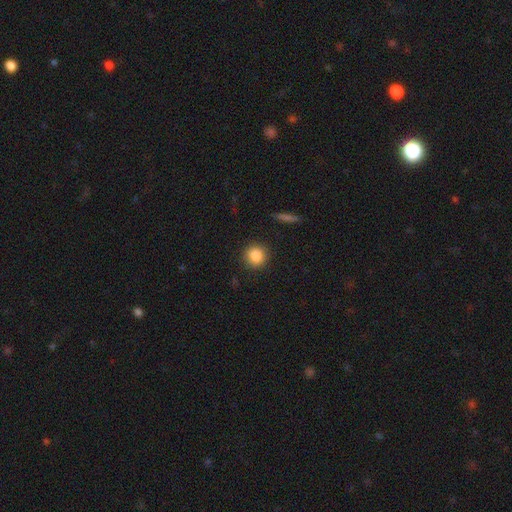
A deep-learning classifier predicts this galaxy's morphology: smooth-or-featured: smooth: 85% | star or artifact: 10% | featured or disk: 5%
  how-rounded: round: 92% | in between: 7% | cigar-shaped: 1%
  merging: none: 91% | minor disturbance: 6% | major disturbance: 2% | merger: 1%